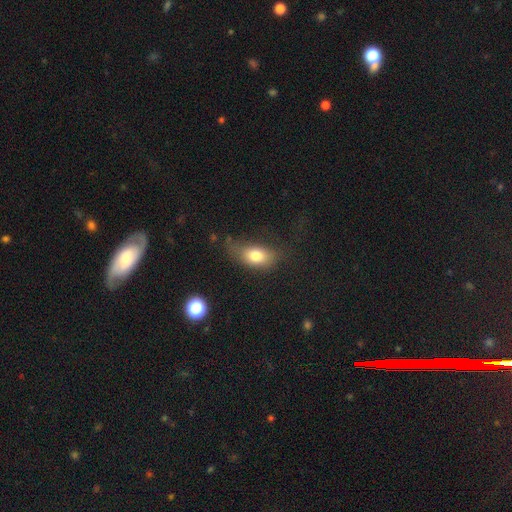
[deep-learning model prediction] Morphology: type=smooth (77%); roundness=in between (84%); merging=none (48%).